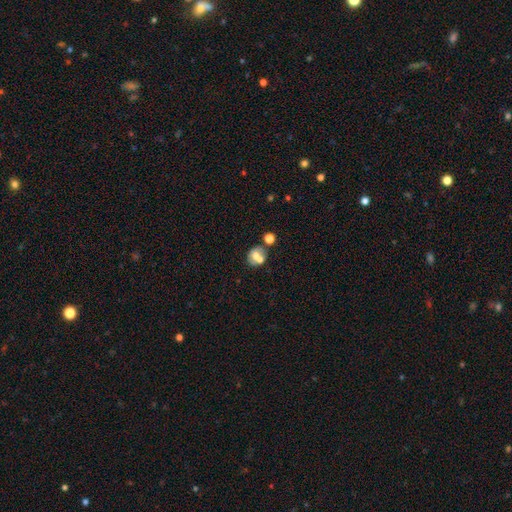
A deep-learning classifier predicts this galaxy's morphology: smooth_or_featured: smooth (p=0.56) [alt: featured or disk p=0.32]
how_rounded: round (p=0.62) [alt: in between p=0.37]
merging: none (p=0.43) [alt: merger p=0.39]